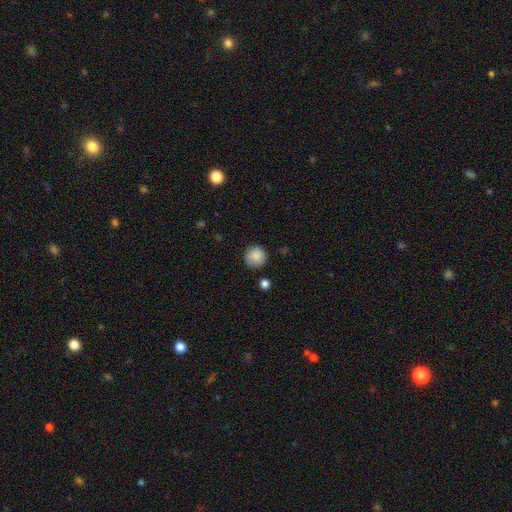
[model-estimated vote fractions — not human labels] The model was most divided on "merging": none: 84%, minor disturbance: 11%, major disturbance: 3%, merger: 2%. More confident: how rounded — round (94%); smooth or featured — smooth (87%).